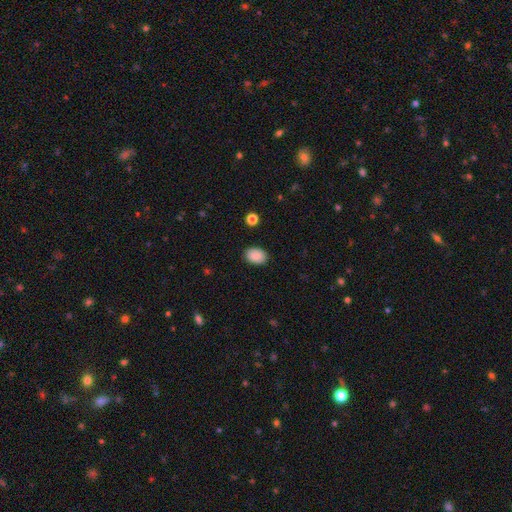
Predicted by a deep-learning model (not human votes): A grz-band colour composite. It shows a smooth galaxy with no disk features (89%) that is in between round and cigar-shaped (79%). Merging: none (88%).